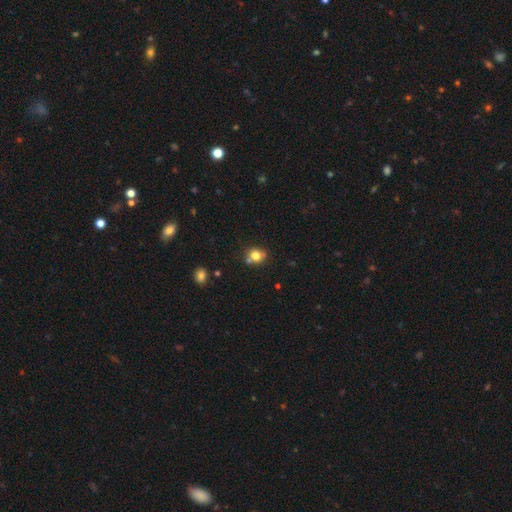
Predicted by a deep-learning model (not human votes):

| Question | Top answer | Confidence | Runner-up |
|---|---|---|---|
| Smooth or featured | smooth | 78% | star or artifact (12%) |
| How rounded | round | 71% | in between (28%) |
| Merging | none | 63% | merger (19%) |